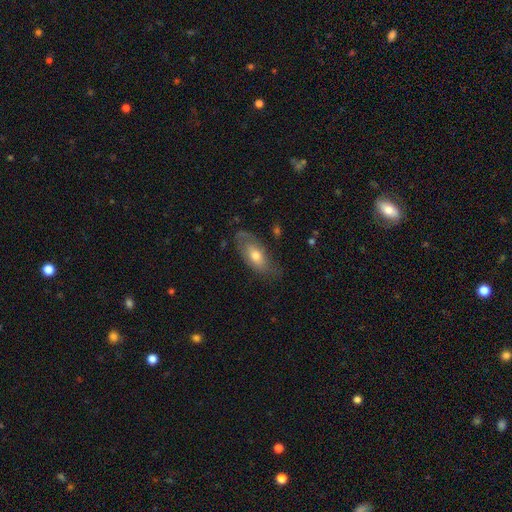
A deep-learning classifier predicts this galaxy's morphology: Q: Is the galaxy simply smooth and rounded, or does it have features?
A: smooth — 56%.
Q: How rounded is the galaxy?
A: in between — 85%.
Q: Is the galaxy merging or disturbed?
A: none — 62%.